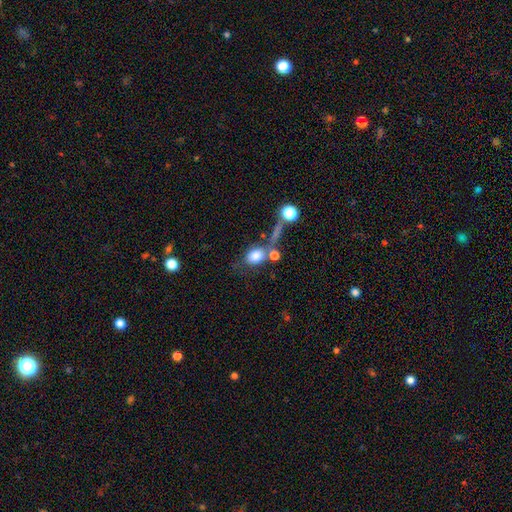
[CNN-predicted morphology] Smooth or featured? smooth (78%)
How rounded? in between (65%)
Merging? none (44%)